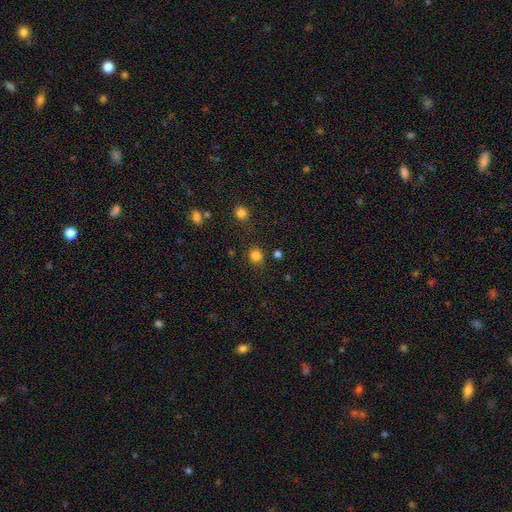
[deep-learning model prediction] Morphology: type=smooth (83%); roundness=round (87%); merging=none (87%).